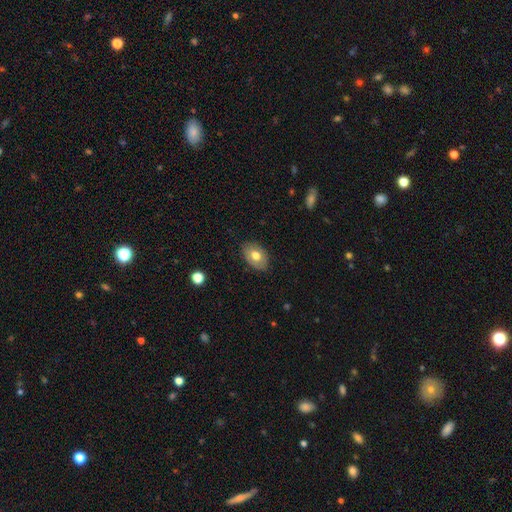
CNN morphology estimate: Smooth or featured: smooth — 68% (featured or disk — 24%)
How rounded: in between — 84% (round — 15%)
Merging: none — 83% (minor disturbance — 13%)